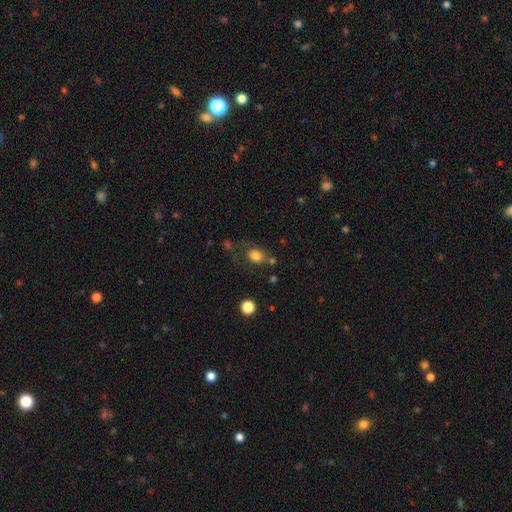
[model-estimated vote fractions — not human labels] Morphology: type=smooth (81%); roundness=in between (59%); merging=none (62%).